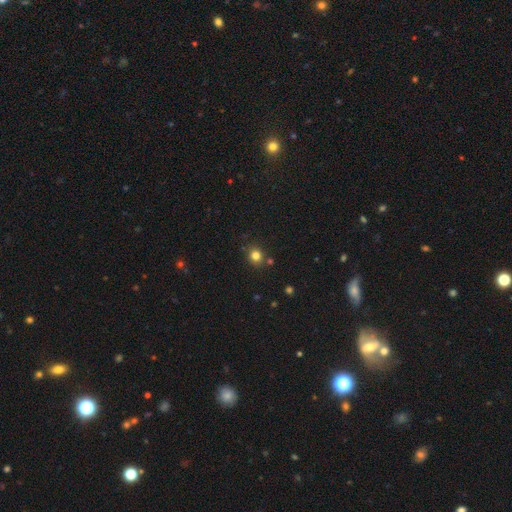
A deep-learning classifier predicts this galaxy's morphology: smooth 81%, star or artifact 14%, featured or disk 6%. Down the decision tree: how rounded — round (82%); merging — none (81%).